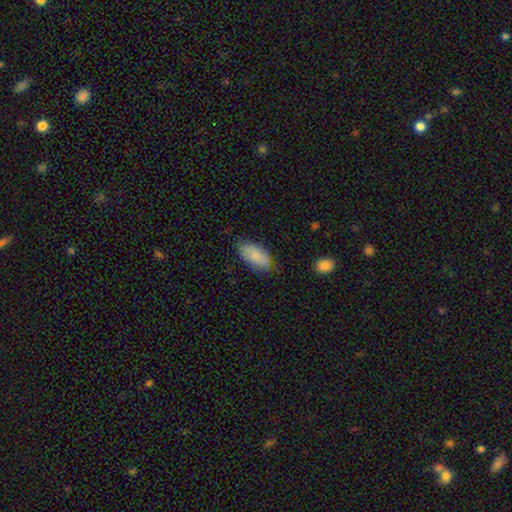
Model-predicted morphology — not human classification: Smooth or featured: smooth — 86% (featured or disk — 8%)
How rounded: in between — 93% (cigar-shaped — 5%)
Merging: none — 78% (minor disturbance — 17%)